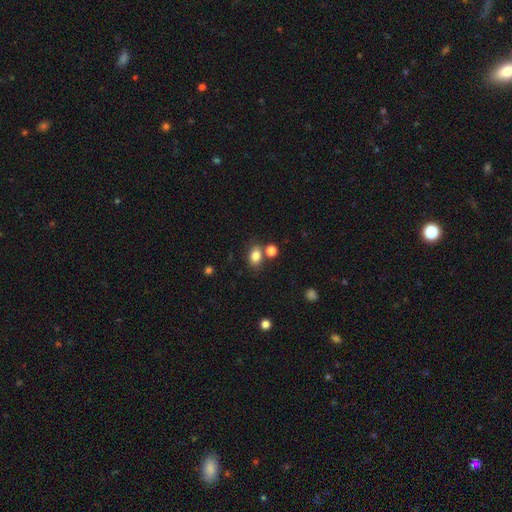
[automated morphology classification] Smooth or featured: smooth — 82% (star or artifact — 11%)
How rounded: in between — 68% (round — 31%)
Merging: none — 68% (merger — 16%)